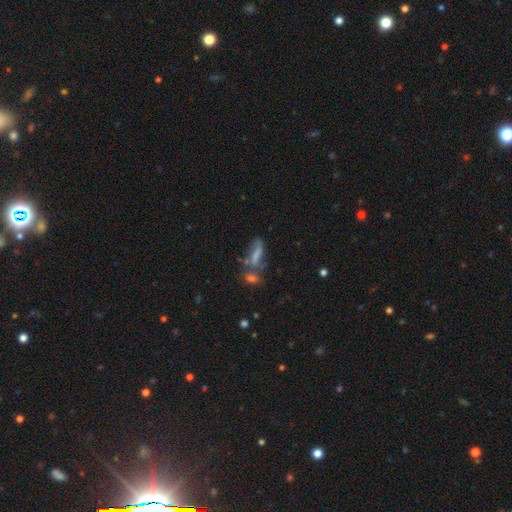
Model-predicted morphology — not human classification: A smooth galaxy with no disk features (45%). Merging: none (39%).